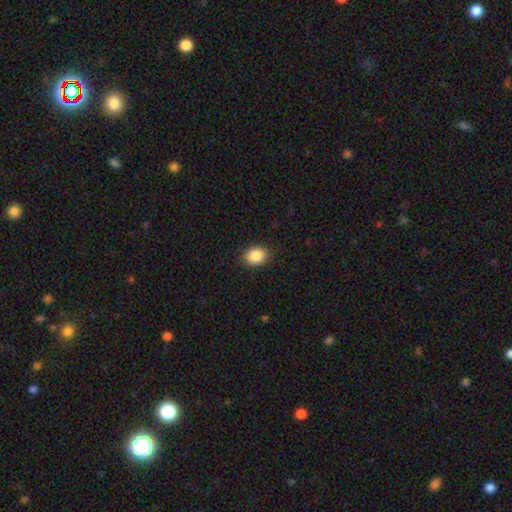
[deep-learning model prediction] A smooth galaxy with no disk features (88%) that is in between round and cigar-shaped (57%).

Vote fractions:
- Smooth or featured? smooth: 88% / star or artifact: 8% / featured or disk: 4%
- How rounded? in between: 57% / round: 42% / cigar-shaped: 1%
- Merging? none: 89% / minor disturbance: 8% / major disturbance: 2% / merger: 1%